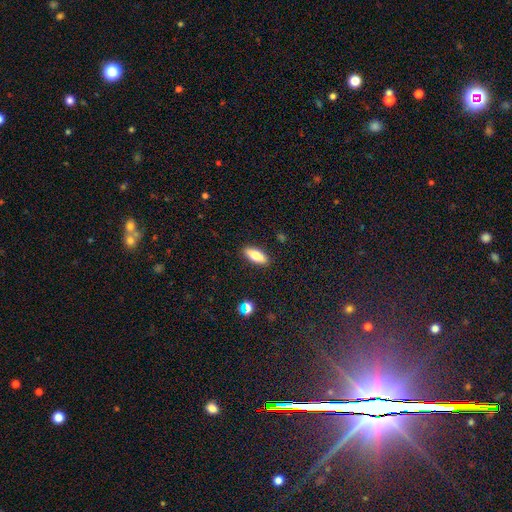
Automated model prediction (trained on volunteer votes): smooth-or-featured: smooth: 74% | featured or disk: 19% | star or artifact: 7%
  how-rounded: in between: 68% | cigar-shaped: 30% | round: 2%
  merging: none: 89% | minor disturbance: 8% | major disturbance: 2% | merger: 1%